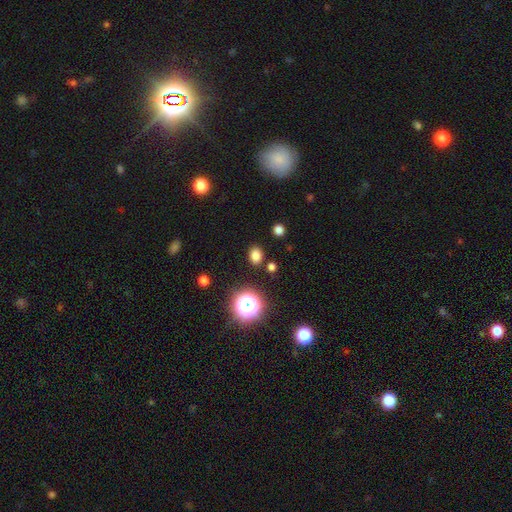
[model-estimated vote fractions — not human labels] A smooth galaxy with no disk features (79%) that is in between round and cigar-shaped (55%). Merging: none (87%).